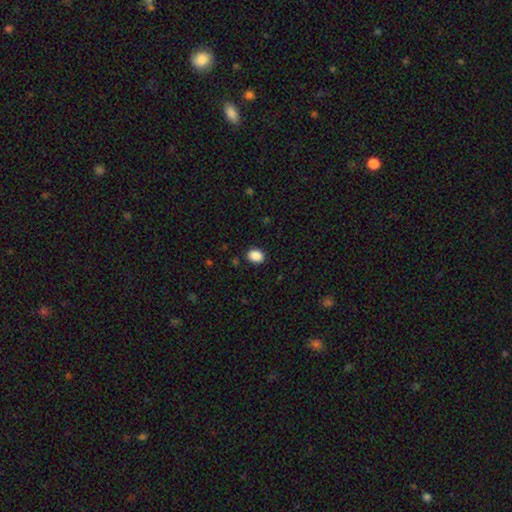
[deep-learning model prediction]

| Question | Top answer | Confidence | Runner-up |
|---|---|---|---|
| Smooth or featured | smooth | 89% | star or artifact (9%) |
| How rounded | in between | 60% | round (39%) |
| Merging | none | 89% | minor disturbance (8%) |